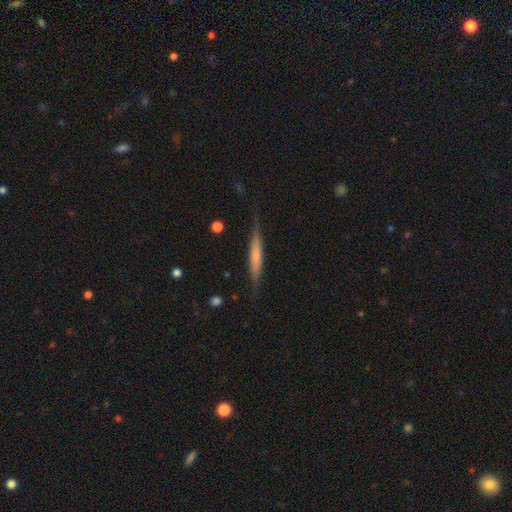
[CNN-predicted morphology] This is possibly a smooth galaxy (52%). How rounded: clearly cigar-shaped (93%). Merging: likely none (80%).